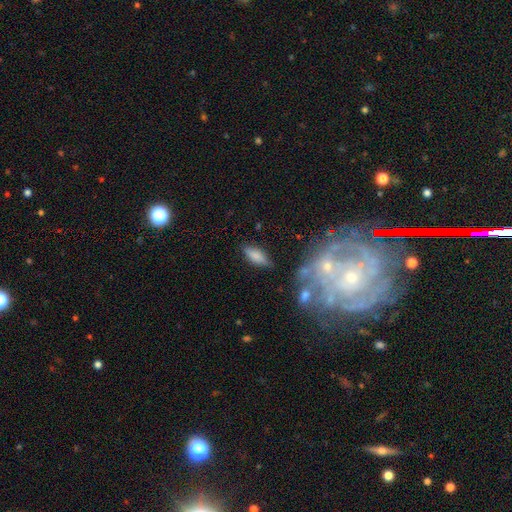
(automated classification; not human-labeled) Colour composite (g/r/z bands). It shows a smooth galaxy with no disk features (73%) that is in between round and cigar-shaped (66%). Merging: none (73%).